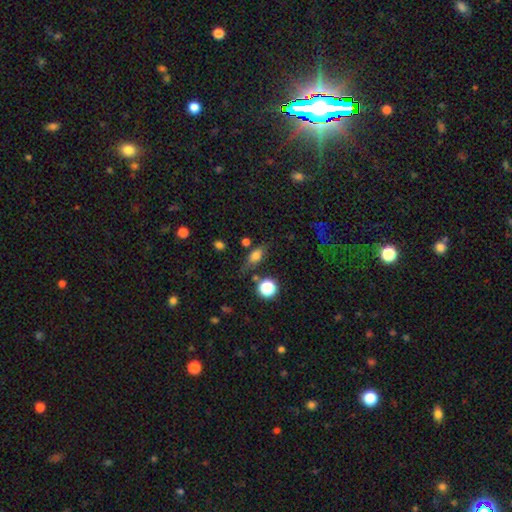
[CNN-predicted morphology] The model was most divided on "merging": none: 68%, minor disturbance: 19%, major disturbance: 7%, merger: 6%. More confident: smooth or featured — smooth (69%); how rounded — in between (67%).